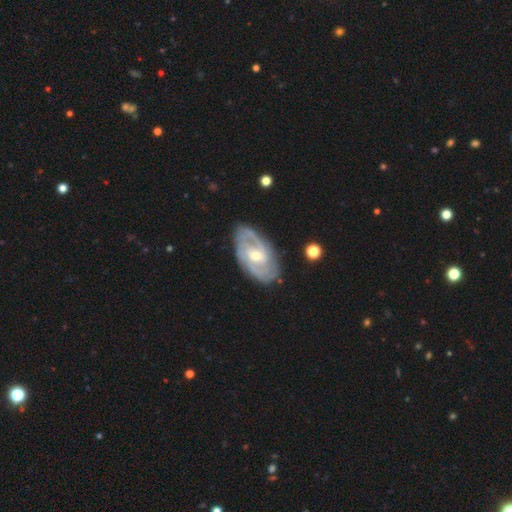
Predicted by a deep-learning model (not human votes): featured or disk 87%, smooth 9%, star or artifact 5%. Down the decision tree: edge-on disk — no (95%); bar — weak (47%); spiral arms — yes (95%); spiral arm count — 2 (53%); spiral winding — tight (58%); bulge size — moderate (56%); merging — none (79%).